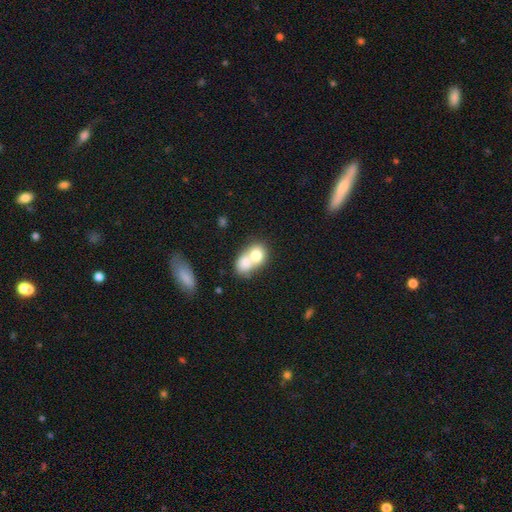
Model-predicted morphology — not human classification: A smooth galaxy with no disk features (73%) that is in between round and cigar-shaped (51%). Merging: merger (74%).